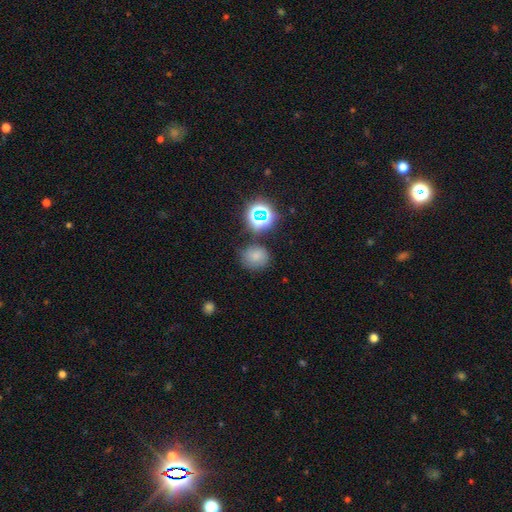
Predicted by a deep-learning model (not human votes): Smooth or featured: smooth — 66% (star or artifact — 22%)
How rounded: round — 78% (in between — 21%)
Merging: none — 68% (minor disturbance — 19%)